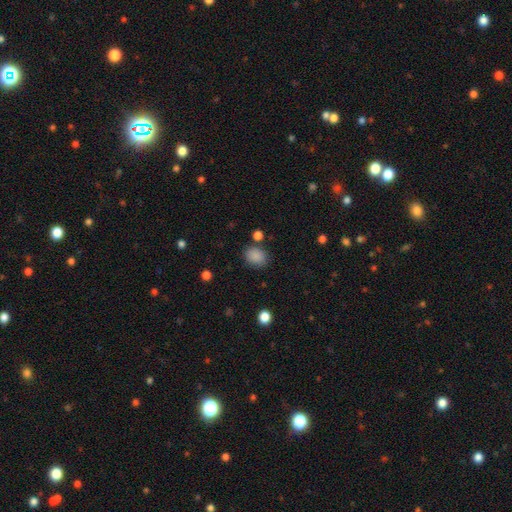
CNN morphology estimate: smooth-or-featured: smooth: 86% | star or artifact: 10% | featured or disk: 4%
  how-rounded: in between: 54% | round: 45% | cigar-shaped: 1%
  merging: none: 79% | minor disturbance: 13% | merger: 4% | major disturbance: 4%